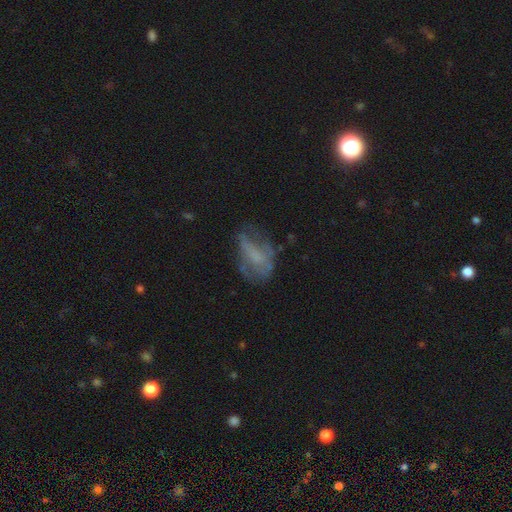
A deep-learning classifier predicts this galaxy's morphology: Smooth or featured? featured or disk (48%)
Merging? none (41%)